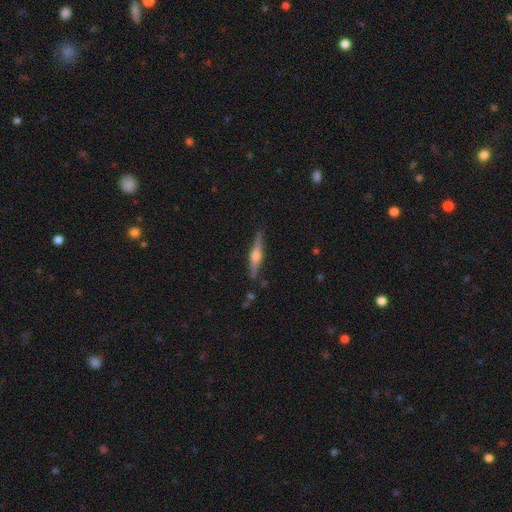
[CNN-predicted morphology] The model was most divided on "smooth or featured": featured or disk: 71%, smooth: 23%, star or artifact: 6%. More confident: edge-on disk — yes (97%); edge-on bulge — rounded (91%); merging — none (87%).